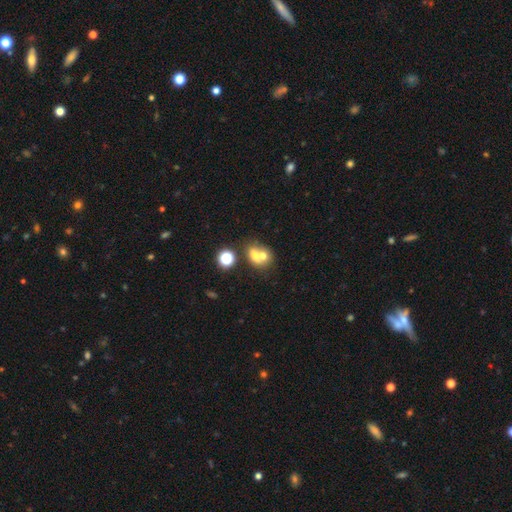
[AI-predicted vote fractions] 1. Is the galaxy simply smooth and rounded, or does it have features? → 64% smooth, 23% featured or disk, 13% star or artifact.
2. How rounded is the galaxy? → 52% round, 46% in between, 2% cigar-shaped.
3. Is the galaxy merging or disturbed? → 62% merger, 27% none, 7% minor disturbance, 4% major disturbance.